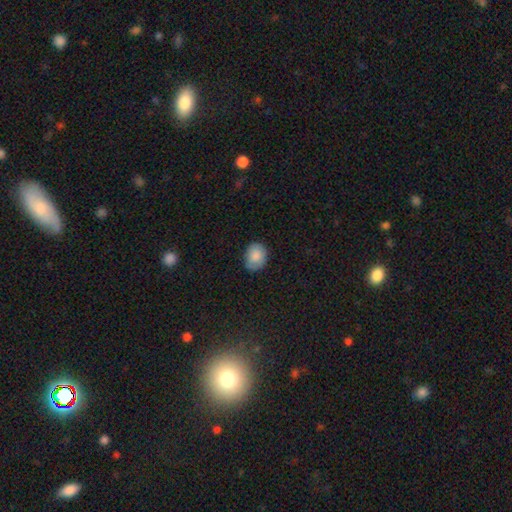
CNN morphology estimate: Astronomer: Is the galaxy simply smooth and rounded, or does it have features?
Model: smooth — 85%.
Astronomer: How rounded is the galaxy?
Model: in between — 56% (runner-up: round, 43%).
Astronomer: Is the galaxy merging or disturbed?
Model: none — 75%.